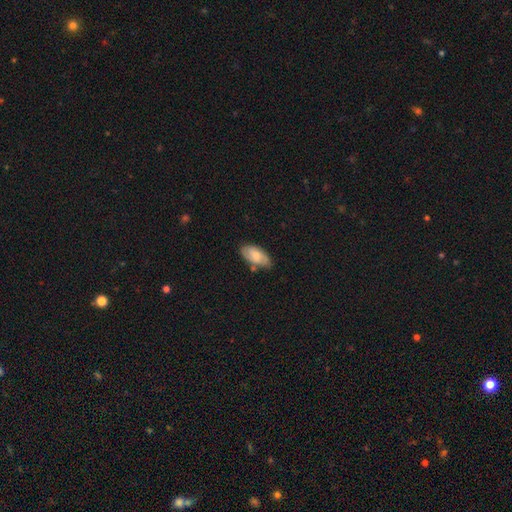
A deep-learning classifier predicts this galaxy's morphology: Q: Smooth or featured?
A: smooth (63%); runner-up: featured or disk (30%)
Q: How rounded?
A: in between (92%); runner-up: cigar-shaped (5%)
Q: Merging?
A: none (67%); runner-up: minor disturbance (24%)